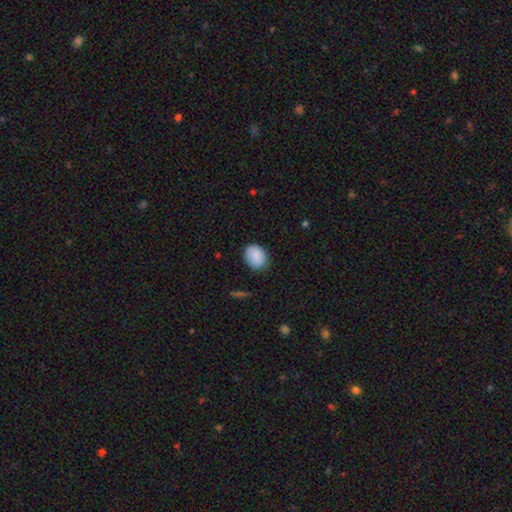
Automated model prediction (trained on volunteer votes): This appears to be a smooth galaxy with no disk features (88%) that is in between round and cigar-shaped (64%). Merging: none (82%).